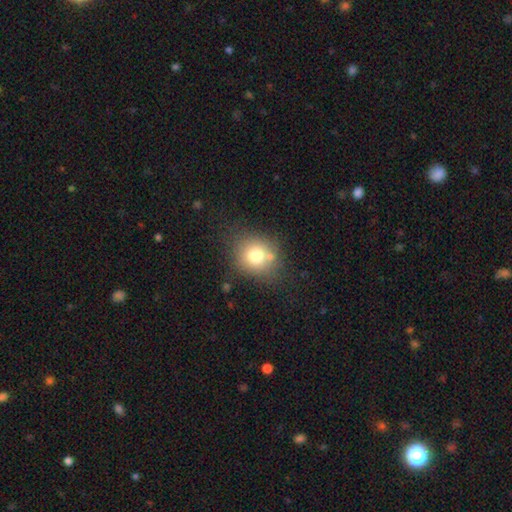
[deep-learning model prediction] A smooth galaxy with no disk features (74%) that is round (78%).

Vote fractions:
- Smooth or featured? smooth: 74% / featured or disk: 13% / star or artifact: 12%
- How rounded? round: 78% / in between: 21% / cigar-shaped: 1%
- Merging? none: 68% / minor disturbance: 15% / merger: 11% / major disturbance: 6%